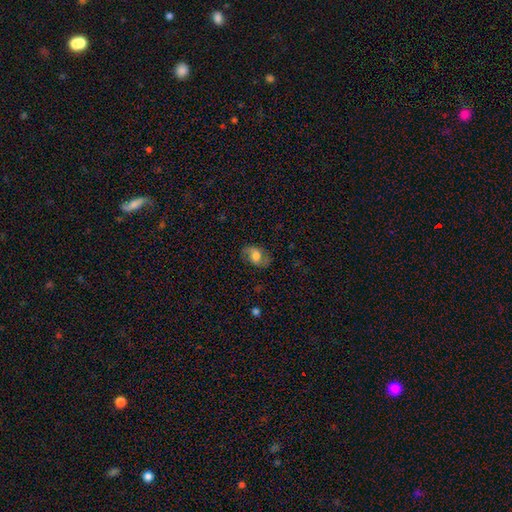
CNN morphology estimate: A smooth galaxy with no disk features (49%).

Vote fractions:
- Smooth or featured? smooth: 49% / featured or disk: 42% / star or artifact: 9%
- Merging? none: 73% / minor disturbance: 18% / major disturbance: 8% / merger: 1%